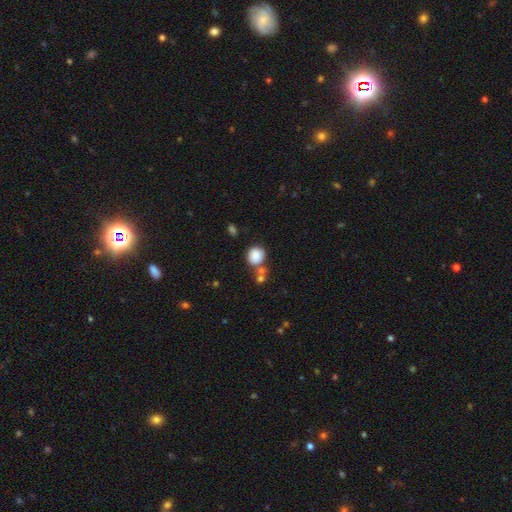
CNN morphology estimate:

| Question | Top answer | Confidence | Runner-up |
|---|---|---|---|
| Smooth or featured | smooth | 85% | star or artifact (9%) |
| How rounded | round | 80% | in between (19%) |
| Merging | none | 58% | merger (23%) |